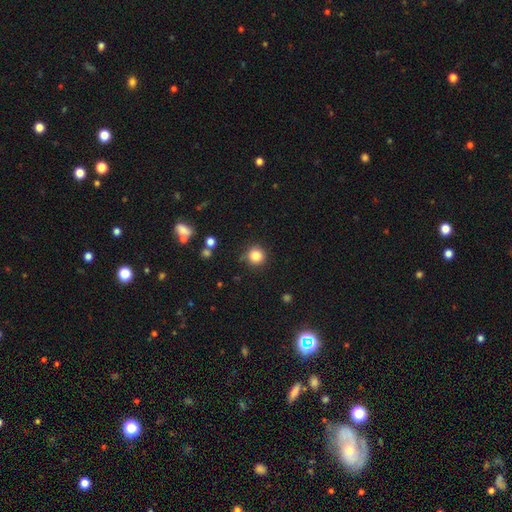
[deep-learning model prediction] smooth-or-featured: smooth: 83% | star or artifact: 12% | featured or disk: 5%
  how-rounded: round: 94% | in between: 5% | cigar-shaped: 1%
  merging: none: 85% | minor disturbance: 10% | major disturbance: 3% | merger: 3%